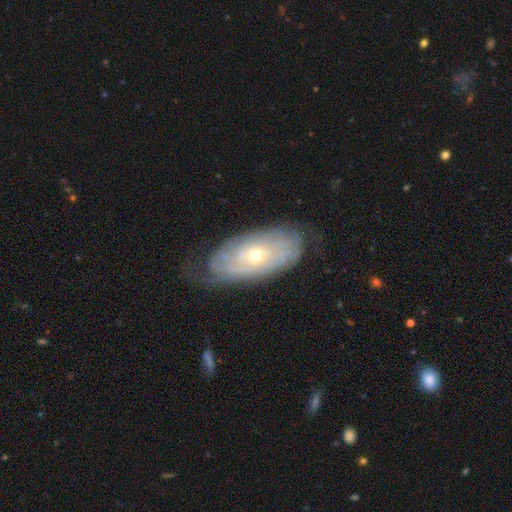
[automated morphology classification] A featured or disk galaxy (76%) with no bar (79%), tight (79%) spiral arms (86%) and a small central bulge (53%). Merging: none (72%).